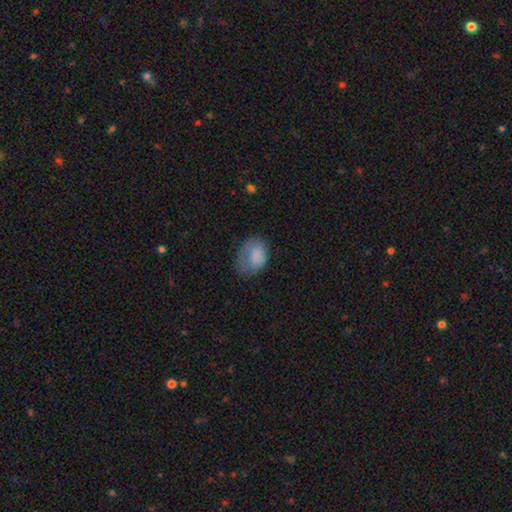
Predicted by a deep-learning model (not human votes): Morphology: type=smooth (78%); roundness=in between (71%); merging=none (42%).